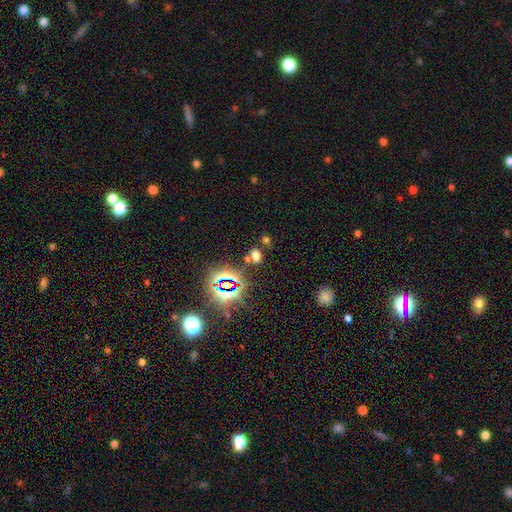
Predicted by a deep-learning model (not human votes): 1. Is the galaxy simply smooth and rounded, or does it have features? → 54% smooth, 39% star or artifact, 8% featured or disk.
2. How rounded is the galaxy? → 75% in between, 23% round, 2% cigar-shaped.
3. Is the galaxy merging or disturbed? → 73% none, 13% merger, 10% minor disturbance, 4% major disturbance.